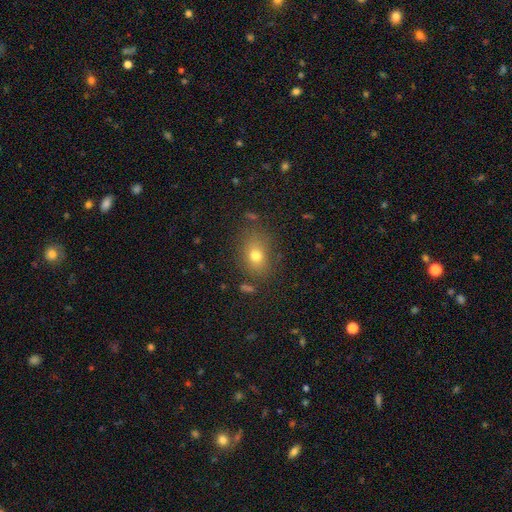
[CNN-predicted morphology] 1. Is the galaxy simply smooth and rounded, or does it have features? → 73% smooth, 14% star or artifact, 13% featured or disk.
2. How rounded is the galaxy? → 60% in between, 38% round, 2% cigar-shaped.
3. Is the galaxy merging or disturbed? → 75% none, 15% minor disturbance, 6% major disturbance, 4% merger.